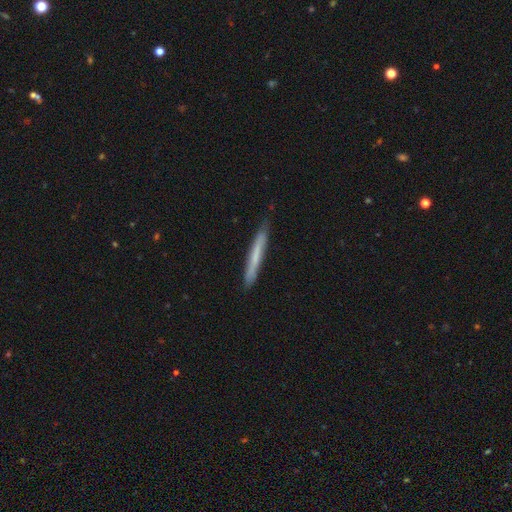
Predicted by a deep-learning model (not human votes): Smooth or featured? Predicted: smooth (p=0.59). How rounded? Predicted: cigar-shaped (p=0.97). Merging? Predicted: none (p=0.84).